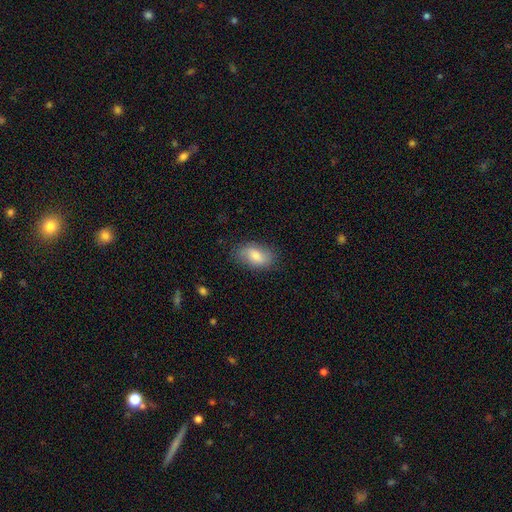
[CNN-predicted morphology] Overall: smooth (76%). How rounded: in between (91%). Merging: none (80%).